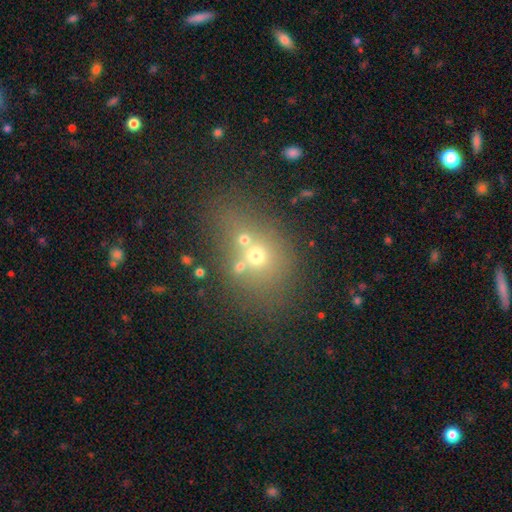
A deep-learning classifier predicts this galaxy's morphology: smooth-or-featured: smooth: 53% | featured or disk: 24% | star or artifact: 23%
  how-rounded: round: 59% | in between: 40% | cigar-shaped: 2%
  merging: merger: 44% | none: 41% | minor disturbance: 9% | major disturbance: 6%